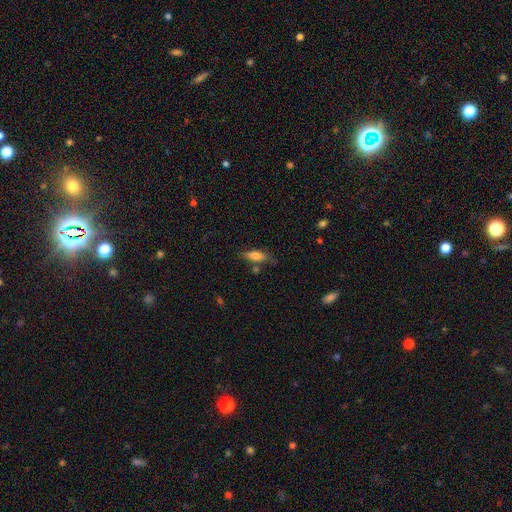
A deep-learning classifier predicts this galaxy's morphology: Overall: smooth (66%). How rounded: in between (50%; cigar-shaped 47%). Merging: none (68%).